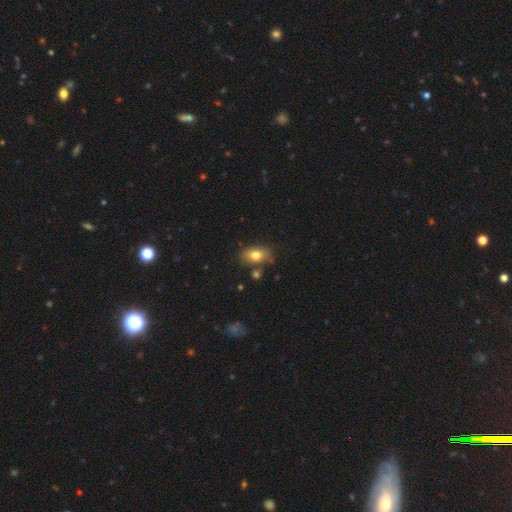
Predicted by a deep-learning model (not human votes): smooth-or-featured: smooth: 78% | featured or disk: 13% | star or artifact: 9%
  how-rounded: in between: 83% | round: 15% | cigar-shaped: 2%
  merging: none: 69% | minor disturbance: 18% | merger: 8% | major disturbance: 5%